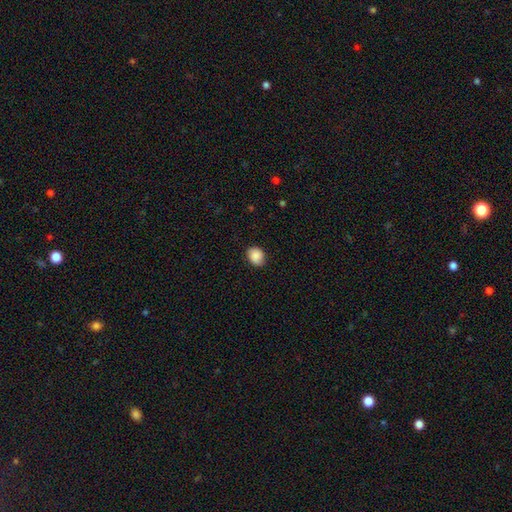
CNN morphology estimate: smooth_or_featured: smooth (p=0.89) [alt: star or artifact p=0.08]
how_rounded: round (p=0.50) [alt: in between p=0.49]
merging: none (p=0.85) [alt: minor disturbance p=0.12]